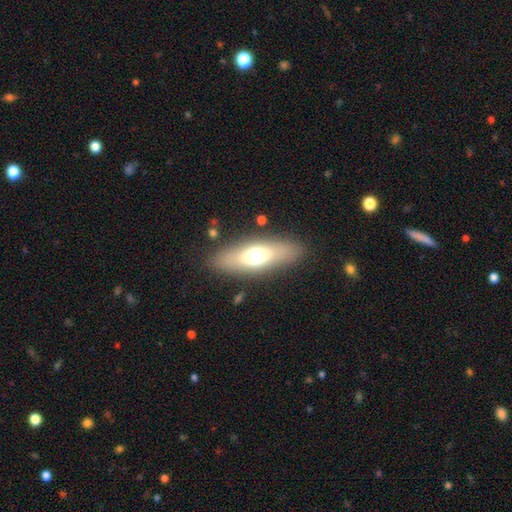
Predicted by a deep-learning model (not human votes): Smooth or featured? smooth (58%)
How rounded? in between (63%)
Merging? none (84%)